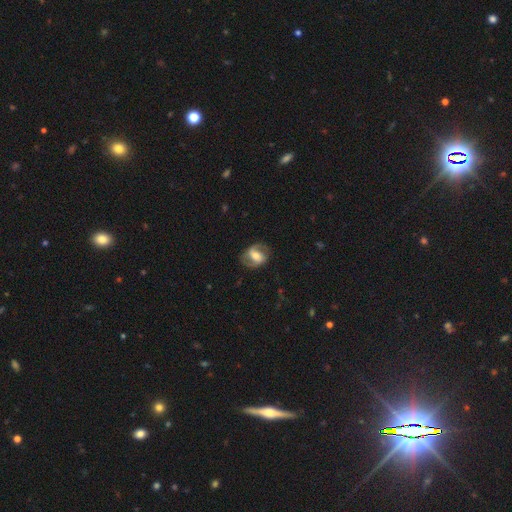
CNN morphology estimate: Q: Smooth or featured?
A: featured or disk (70%); runner-up: smooth (23%)
Q: Edge-on disk?
A: no (97%); runner-up: yes (3%)
Q: Bar?
A: weak (41%); runner-up: strong (35%)
Q: Spiral arms?
A: yes (85%); runner-up: no (15%)
Q: Spiral winding?
A: medium (49%); runner-up: loose (26%)
Q: Spiral arm count?
A: 2 (88%); runner-up: can't tell (6%)
Q: Bulge size?
A: moderate (63%); runner-up: small (22%)
Q: Merging?
A: none (78%); runner-up: minor disturbance (14%)